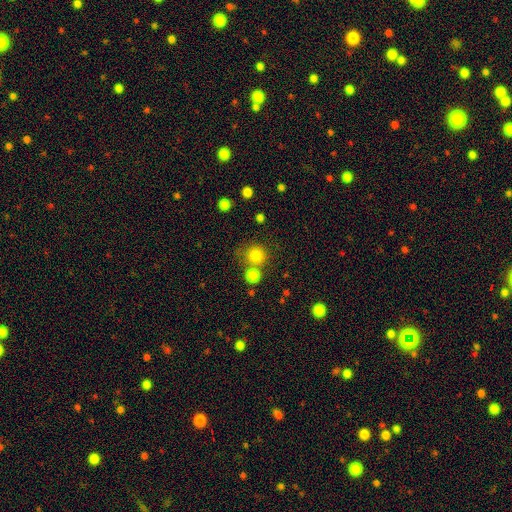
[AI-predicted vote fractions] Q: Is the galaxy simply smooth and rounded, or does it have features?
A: smooth — 81%.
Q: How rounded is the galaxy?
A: round — 91%.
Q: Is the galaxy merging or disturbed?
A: none — 67%.